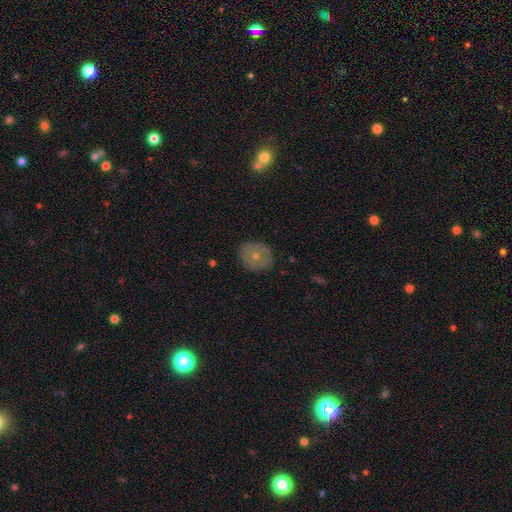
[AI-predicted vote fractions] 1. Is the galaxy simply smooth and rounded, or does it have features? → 50% smooth, 41% featured or disk, 9% star or artifact.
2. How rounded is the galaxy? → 76% round, 23% in between, 1% cigar-shaped.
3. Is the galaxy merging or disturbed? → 83% none, 13% minor disturbance, 3% major disturbance, 1% merger.